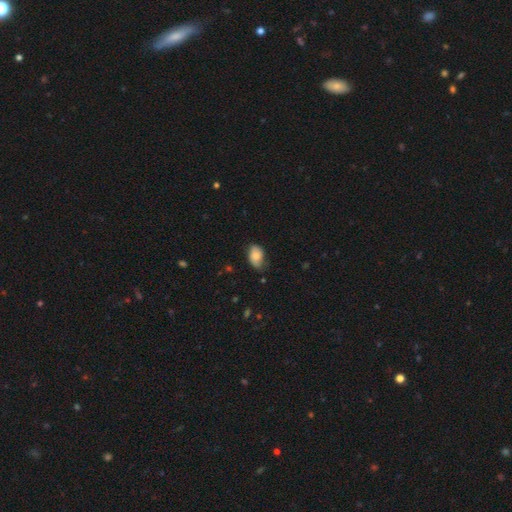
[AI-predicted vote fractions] Overall: smooth (78%). How rounded: in between (89%). Merging: none (62%; minor disturbance 31%).